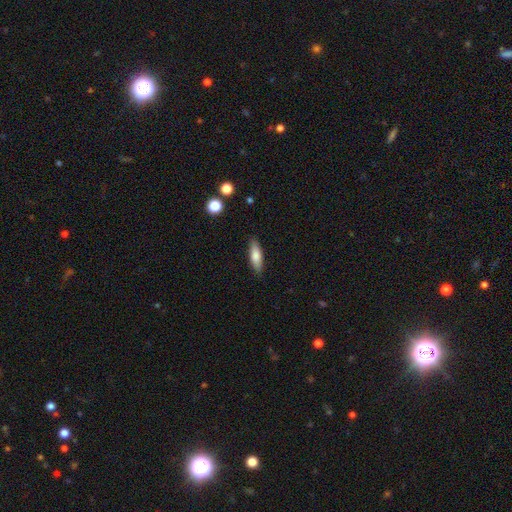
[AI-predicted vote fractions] Smooth or featured: smooth — 76% (featured or disk — 18%)
How rounded: in between — 50% (cigar-shaped — 48%)
Merging: none — 86% (minor disturbance — 11%)